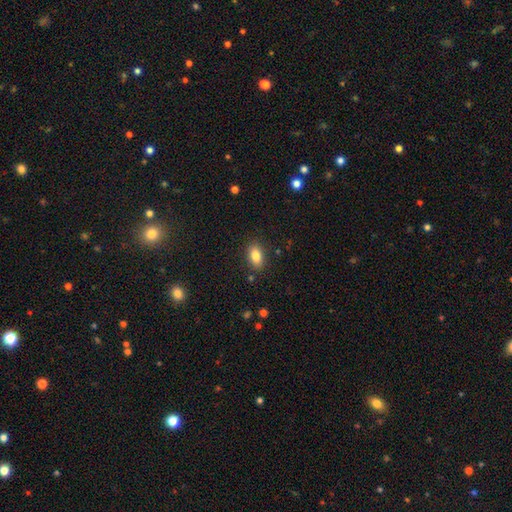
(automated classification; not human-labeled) smooth-or-featured: smooth: 83% | featured or disk: 9% | star or artifact: 8%
  how-rounded: in between: 88% | round: 7% | cigar-shaped: 4%
  merging: none: 86% | minor disturbance: 9% | major disturbance: 2% | merger: 2%